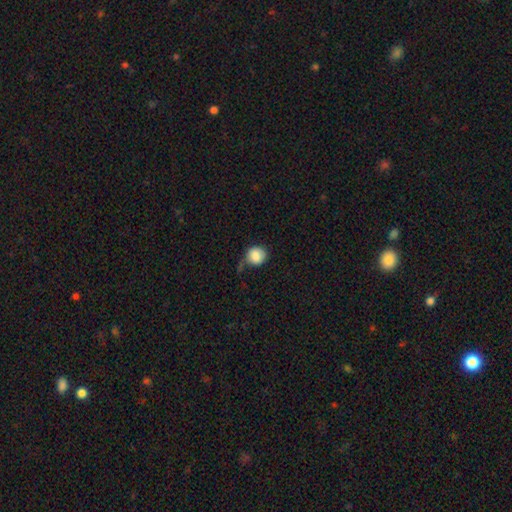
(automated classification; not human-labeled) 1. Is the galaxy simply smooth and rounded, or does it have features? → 85% smooth, 8% featured or disk, 7% star or artifact.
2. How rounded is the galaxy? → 78% round, 21% in between, 1% cigar-shaped.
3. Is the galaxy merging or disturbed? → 44% none, 32% minor disturbance, 18% major disturbance, 6% merger.